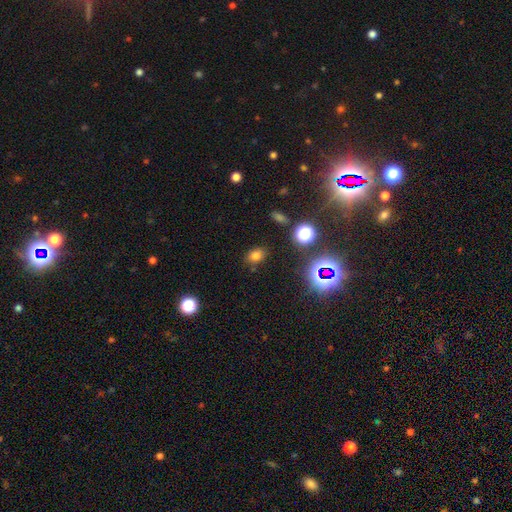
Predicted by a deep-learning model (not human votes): This is likely a smooth galaxy (71%). How rounded: likely in between (64%). Merging: clearly none (82%).